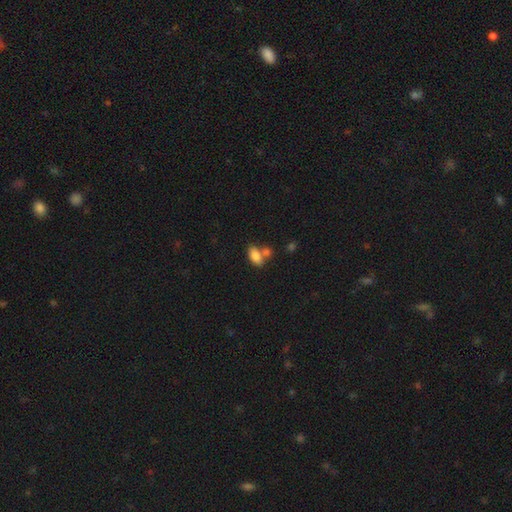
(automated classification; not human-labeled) smooth-or-featured: smooth: 81% | featured or disk: 10% | star or artifact: 8%
  how-rounded: in between: 90% | round: 6% | cigar-shaped: 5%
  merging: none: 49% | merger: 33% | minor disturbance: 13% | major disturbance: 4%